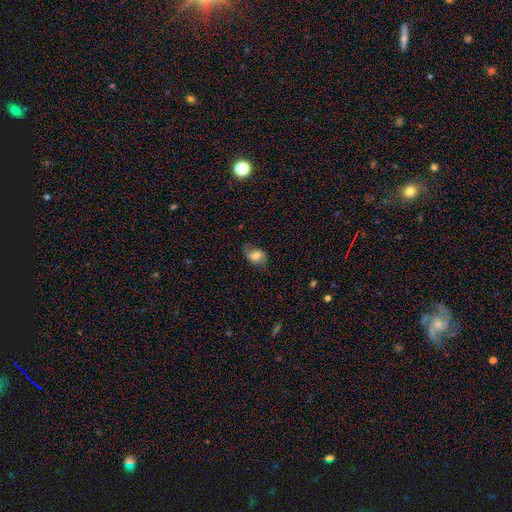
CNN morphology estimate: The model was most divided on "smooth or featured": smooth: 59%, featured or disk: 32%, star or artifact: 9%. More confident: how rounded — in between (76%); merging — none (67%).